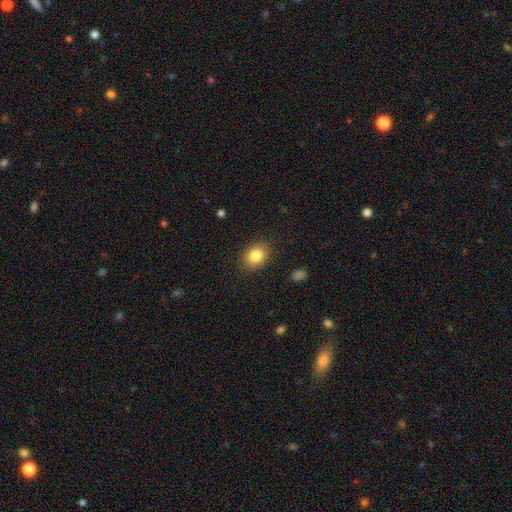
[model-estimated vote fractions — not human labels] smooth-or-featured: smooth: 84% | star or artifact: 9% | featured or disk: 7%
  how-rounded: round: 50% | in between: 49% | cigar-shaped: 1%
  merging: none: 87% | minor disturbance: 9% | major disturbance: 3% | merger: 1%